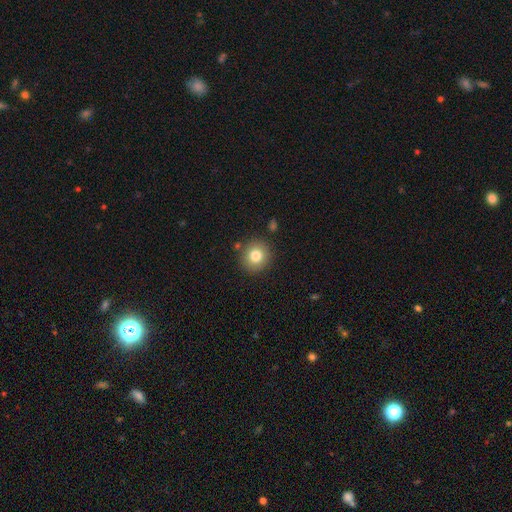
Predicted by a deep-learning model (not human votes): smooth-or-featured: smooth: 80% | star or artifact: 11% | featured or disk: 10%
  how-rounded: round: 90% | in between: 9% | cigar-shaped: 1%
  merging: none: 86% | minor disturbance: 8% | merger: 3% | major disturbance: 3%